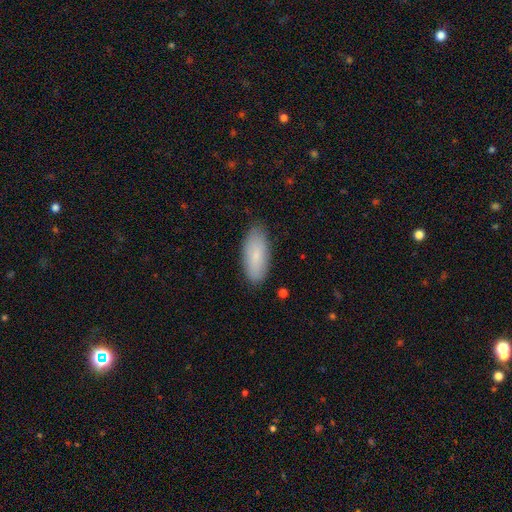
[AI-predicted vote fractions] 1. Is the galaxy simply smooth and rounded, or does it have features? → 80% smooth, 13% featured or disk, 6% star or artifact.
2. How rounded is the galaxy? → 83% in between, 15% cigar-shaped, 2% round.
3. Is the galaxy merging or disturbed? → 84% none, 12% minor disturbance, 2% major disturbance, 1% merger.